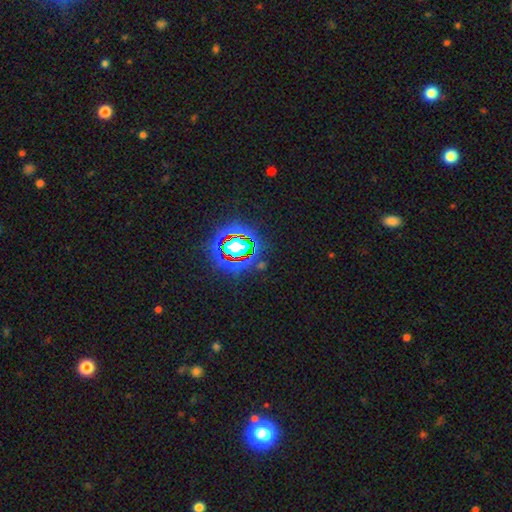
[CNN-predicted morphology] Smooth or featured: star or artifact — 79% (smooth — 13%)